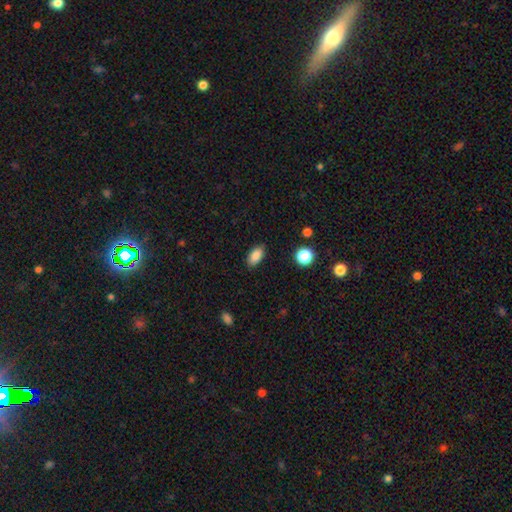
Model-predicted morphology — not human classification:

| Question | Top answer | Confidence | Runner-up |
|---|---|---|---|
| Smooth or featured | smooth | 86% | star or artifact (9%) |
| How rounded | in between | 90% | round (6%) |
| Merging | none | 86% | minor disturbance (10%) |